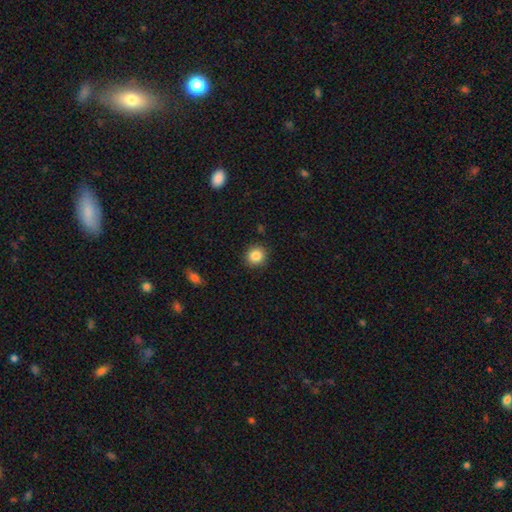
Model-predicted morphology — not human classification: A smooth galaxy with no disk features (86%) that is round (90%).

Vote fractions:
- Smooth or featured? smooth: 86% / star or artifact: 10% / featured or disk: 5%
- How rounded? round: 90% / in between: 9% / cigar-shaped: 1%
- Merging? none: 90% / minor disturbance: 7% / major disturbance: 2% / merger: 1%